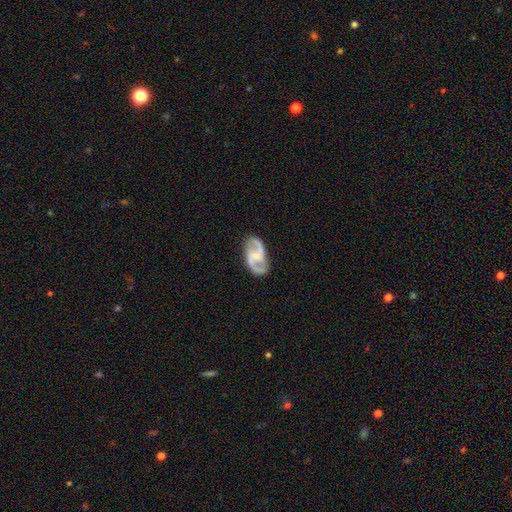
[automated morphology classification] The model was most divided on "bar": weak: 49%, no: 34%, strong: 17%. More confident: edge-on disk — no (97%); spiral arms — yes (96%); spiral arm count — 2 (92%); smooth or featured — featured or disk (87%); merging — none (80%); bulge size — small (56%); spiral winding — medium (53%).